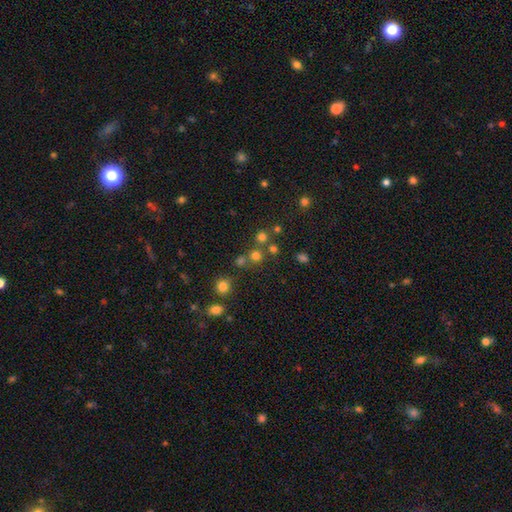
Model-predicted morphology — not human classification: The model was most divided on "smooth or featured": smooth: 68%, star or artifact: 24%, featured or disk: 8%. More confident: how rounded — round (91%); merging — none (68%).